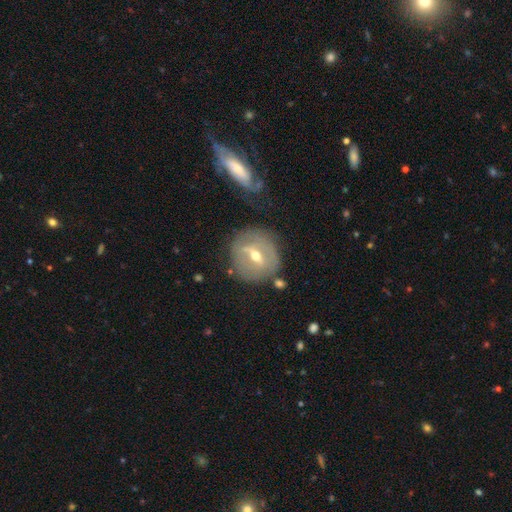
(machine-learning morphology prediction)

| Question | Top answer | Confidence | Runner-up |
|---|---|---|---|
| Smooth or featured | featured or disk | 67% | smooth (26%) |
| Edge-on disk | no | 88% | yes (12%) |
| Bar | strong | 44% | weak (40%) |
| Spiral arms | no | 59% | yes (41%) |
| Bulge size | moderate | 62% | small (34%) |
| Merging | none | 71% | minor disturbance (17%) |